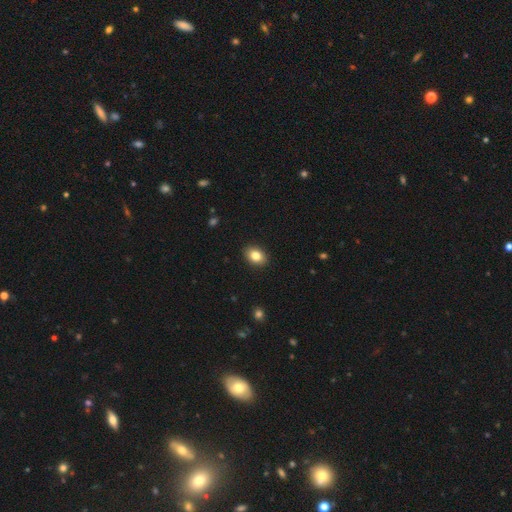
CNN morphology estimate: The model was most divided on "how rounded": in between: 73%, round: 26%, cigar-shaped: 1%. More confident: merging — none (90%); smooth or featured — smooth (83%).